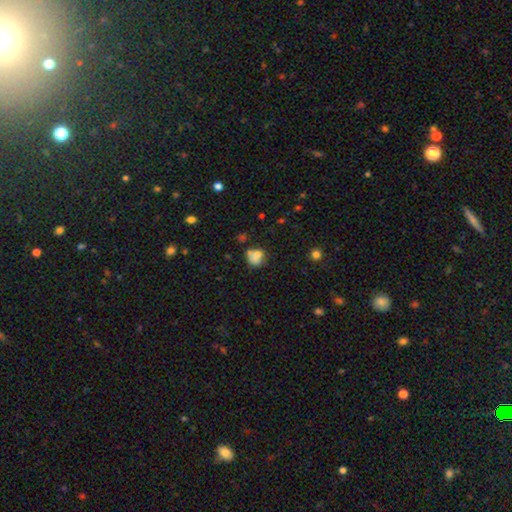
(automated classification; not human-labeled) Overall: smooth (71%). How rounded: round (60%; in between 39%). Merging: none (37%; merger 31%).